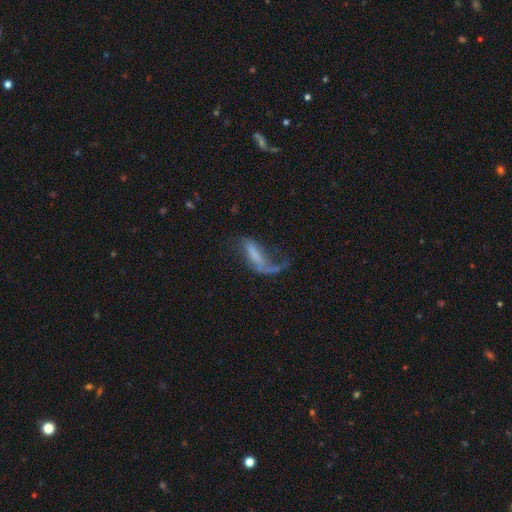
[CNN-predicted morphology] The model was most divided on "smooth or featured": featured or disk: 53%, smooth: 36%, star or artifact: 11%. More confident: edge-on disk — no (85%); merging — major disturbance (51%).